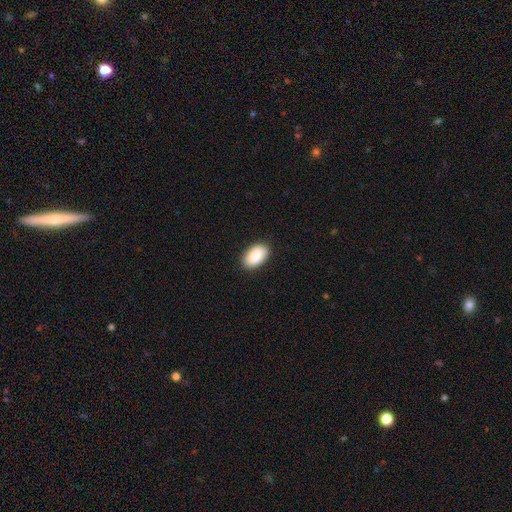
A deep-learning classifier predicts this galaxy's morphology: Smooth or featured: smooth — 88% (star or artifact — 6%)
How rounded: in between — 93% (round — 5%)
Merging: none — 88% (minor disturbance — 9%)